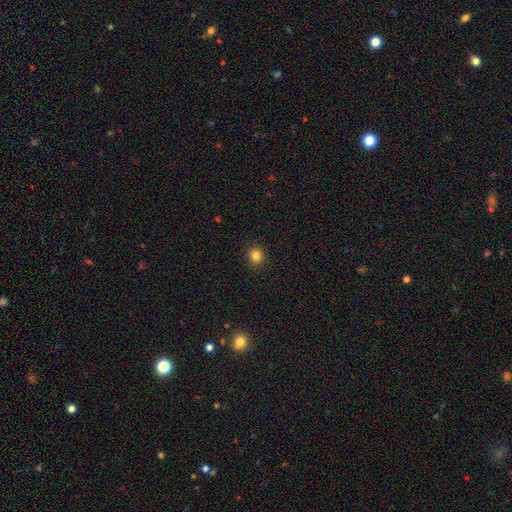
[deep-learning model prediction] Smooth or featured: smooth — 83% (star or artifact — 12%)
How rounded: round — 87% (in between — 12%)
Merging: none — 92% (minor disturbance — 5%)